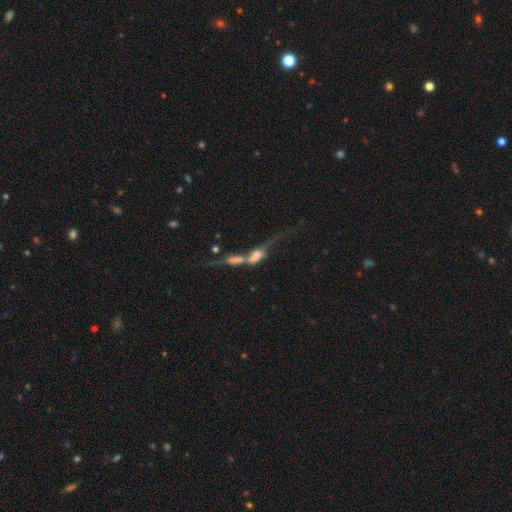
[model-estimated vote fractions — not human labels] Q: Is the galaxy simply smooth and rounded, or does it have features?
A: featured or disk — 52%.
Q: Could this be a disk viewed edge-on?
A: no — 73%.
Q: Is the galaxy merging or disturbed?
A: merger — 72%.